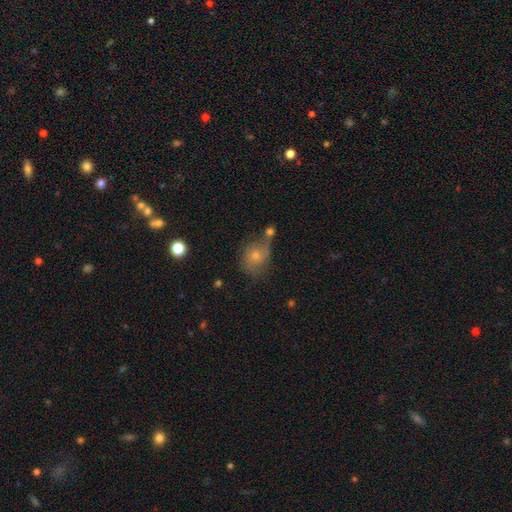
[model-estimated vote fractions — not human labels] Overall: smooth (54%; featured or disk 29%). How rounded: round (61%; in between 38%). Merging: none (50%; minor disturbance 22%).